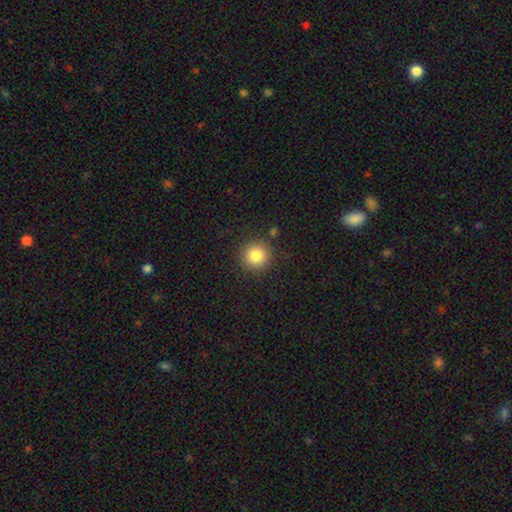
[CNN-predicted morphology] This is clearly a smooth galaxy (84%). How rounded: clearly round (94%). Merging: clearly none (88%).